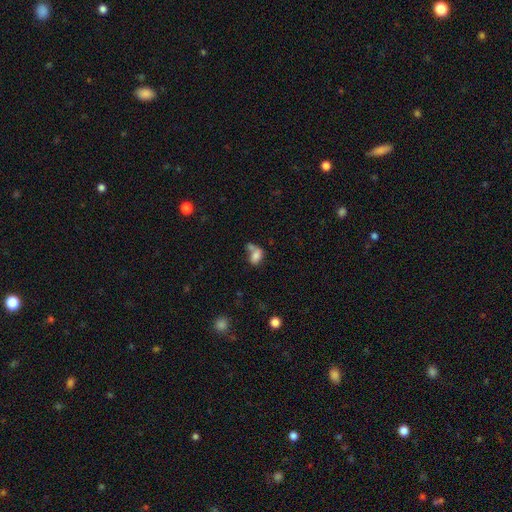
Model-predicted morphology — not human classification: smooth_or_featured: smooth (p=0.75) [alt: featured or disk p=0.14]
how_rounded: in between (p=0.82) [alt: round p=0.15]
merging: merger (p=0.42) [alt: none p=0.29]